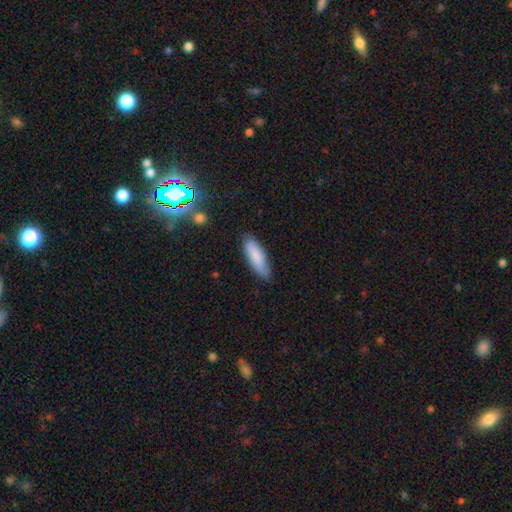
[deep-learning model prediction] This is clearly a smooth galaxy (81%). How rounded: possibly in between (51%). Merging: likely none (77%).